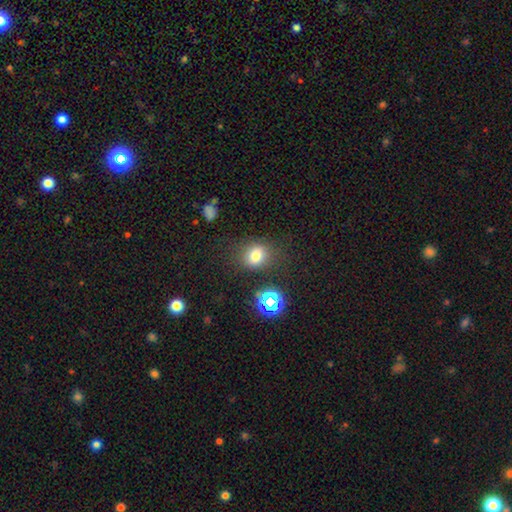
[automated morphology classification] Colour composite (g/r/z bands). It shows a smooth galaxy with no disk features (75%) that is round (57%). Merging: none (74%).